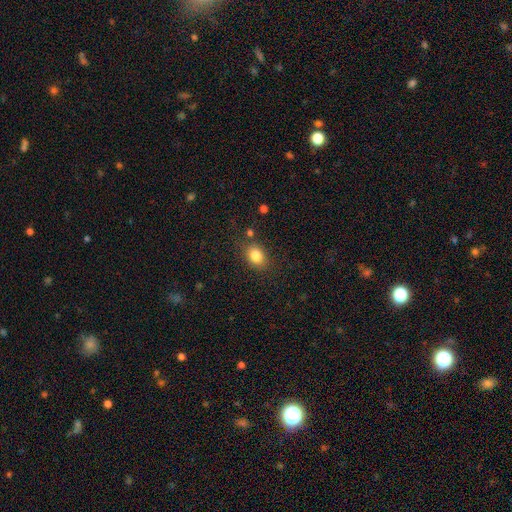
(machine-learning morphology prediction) smooth-or-featured: smooth: 83% | star or artifact: 10% | featured or disk: 7%
  how-rounded: in between: 63% | round: 36% | cigar-shaped: 1%
  merging: none: 78% | minor disturbance: 13% | merger: 5% | major disturbance: 4%